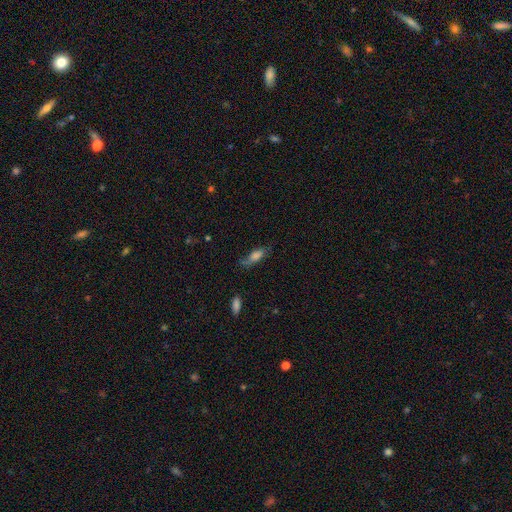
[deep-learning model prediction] smooth 61%, featured or disk 27%, star or artifact 12%. Down the decision tree: how rounded — in between (64%); merging — none (53%).